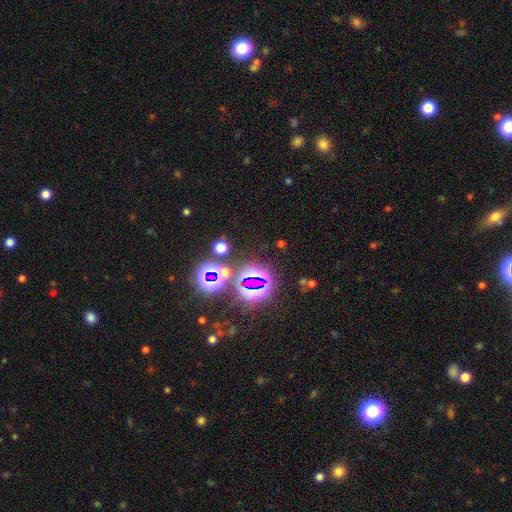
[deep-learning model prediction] The model was most divided on "smooth or featured": star or artifact: 72%, smooth: 15%, featured or disk: 13%.